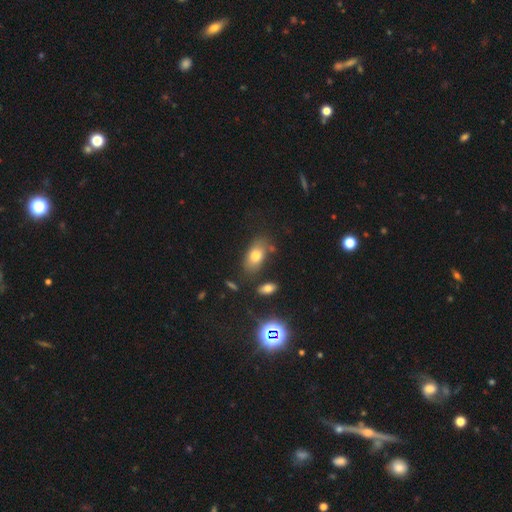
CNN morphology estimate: smooth 75%, featured or disk 15%, star or artifact 10%. Down the decision tree: how rounded — in between (88%); merging — none (71%).